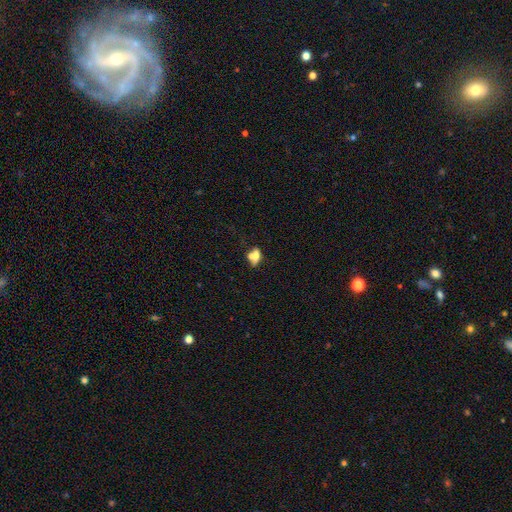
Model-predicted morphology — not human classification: type=smooth (58%); roundness=in between (66%); merging=none (39%).